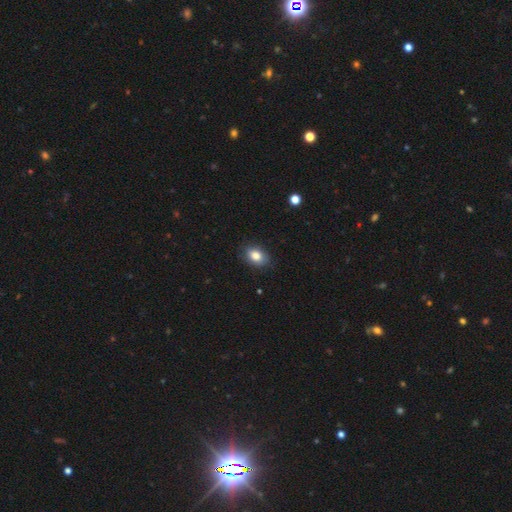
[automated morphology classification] Smooth or featured? smooth (84%)
How rounded? in between (78%)
Merging? none (84%)